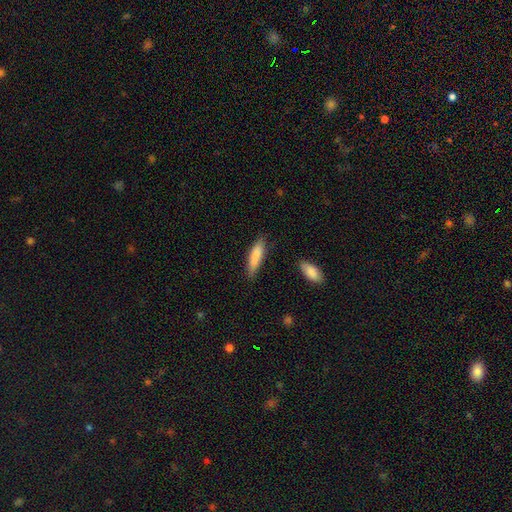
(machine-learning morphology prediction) smooth 84%, featured or disk 10%, star or artifact 6%. Down the decision tree: how rounded — cigar-shaped (69%); merging — none (78%).